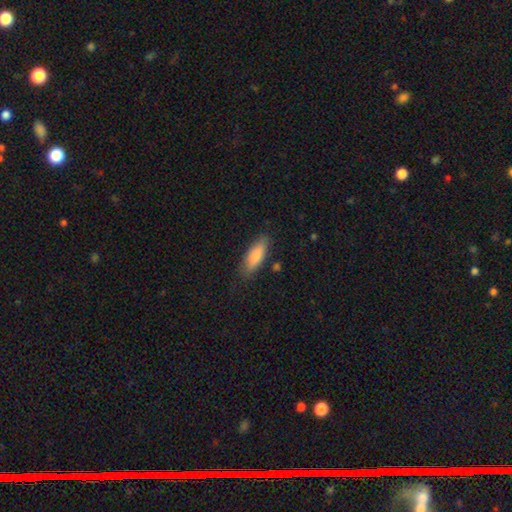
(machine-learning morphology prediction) This appears to be a smooth galaxy with no disk features (84%) that is in between round and cigar-shaped (65%). Merging: none (81%).